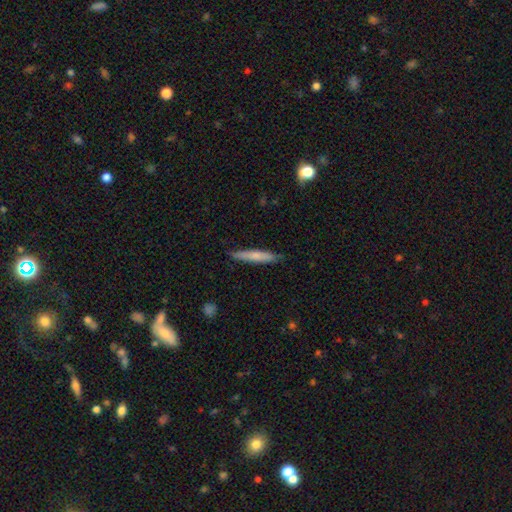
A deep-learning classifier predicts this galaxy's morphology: The model was most divided on "smooth or featured": smooth: 68%, featured or disk: 27%, star or artifact: 6%. More confident: how rounded — cigar-shaped (93%); merging — none (87%).